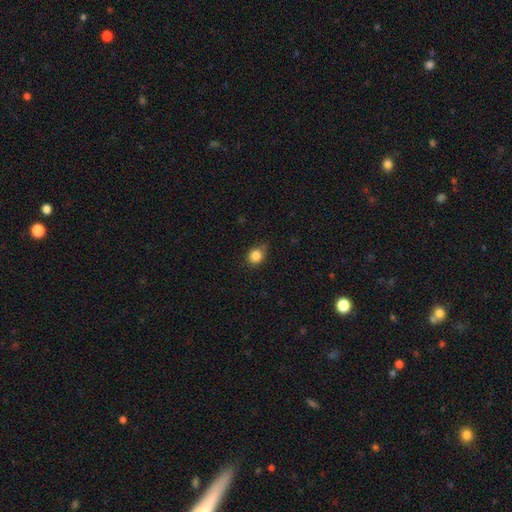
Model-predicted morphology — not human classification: type=smooth (84%); roundness=round (73%); merging=none (73%).